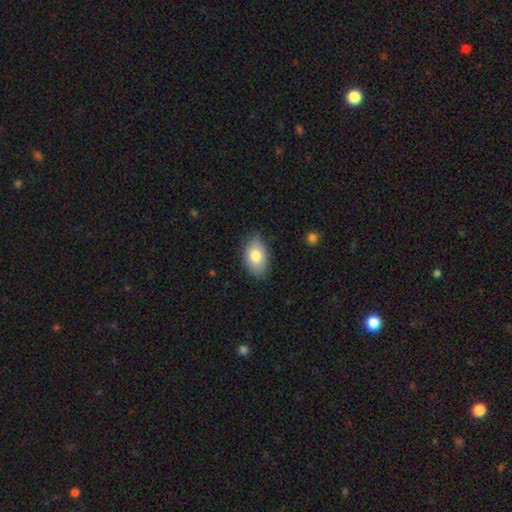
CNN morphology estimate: smooth-or-featured: smooth: 81% | featured or disk: 12% | star or artifact: 7%
  how-rounded: in between: 91% | round: 7% | cigar-shaped: 1%
  merging: none: 79% | minor disturbance: 17% | major disturbance: 3% | merger: 1%